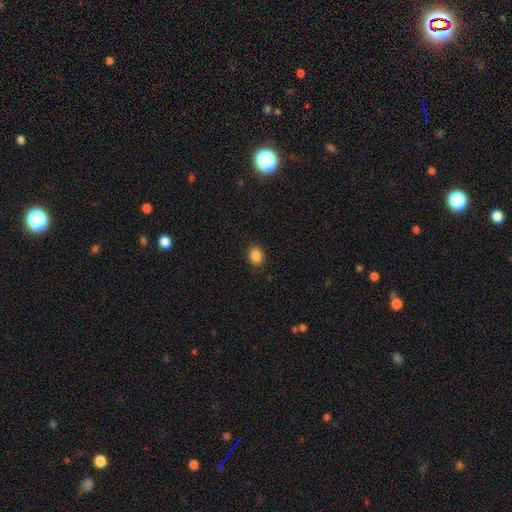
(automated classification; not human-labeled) A smooth galaxy with no disk features (86%) that is round (50%). Merging: none (89%).